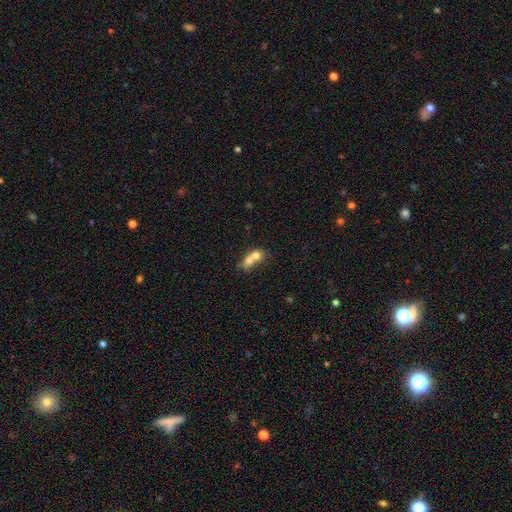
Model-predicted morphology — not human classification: A smooth galaxy with no disk features (68%) that is round (53%). Merging: merger (75%).